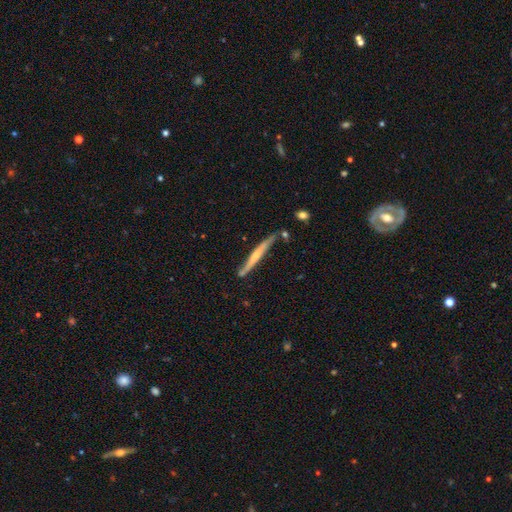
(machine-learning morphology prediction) Smooth or featured? featured or disk (59%)
Edge-on disk? yes (95%)
Edge-on bulge? rounded (50%)
Merging? none (74%)